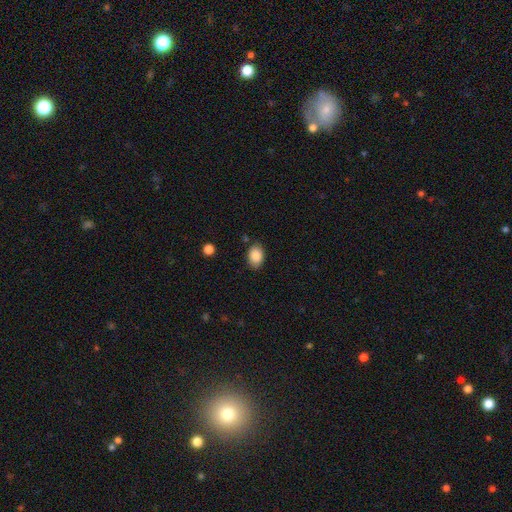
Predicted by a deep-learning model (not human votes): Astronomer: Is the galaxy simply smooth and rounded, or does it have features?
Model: smooth — 88%.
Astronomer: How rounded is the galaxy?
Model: in between — 78%.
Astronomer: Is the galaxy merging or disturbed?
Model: none — 81%.